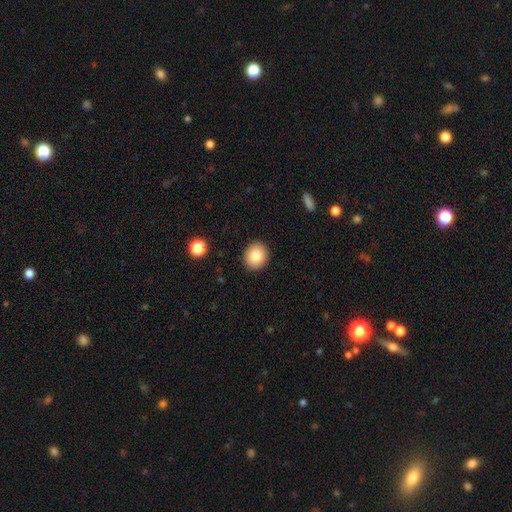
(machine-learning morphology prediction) Smooth or featured?
  - smooth: 83% *
  - star or artifact: 9%
  - featured or disk: 8%
How rounded?
  - round: 79% *
  - in between: 20%
  - cigar-shaped: 1%
Merging?
  - none: 91% *
  - minor disturbance: 6%
  - major disturbance: 2%
  - merger: 1%